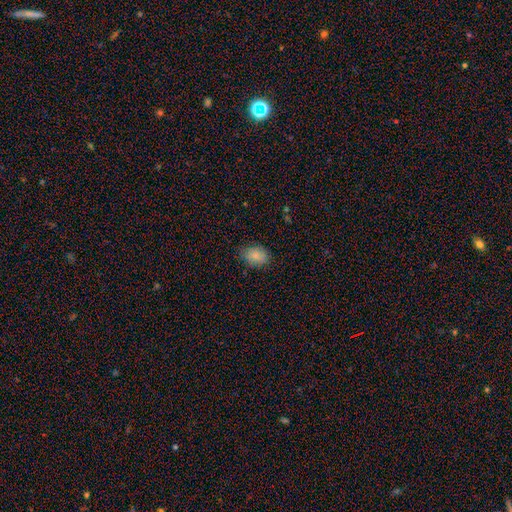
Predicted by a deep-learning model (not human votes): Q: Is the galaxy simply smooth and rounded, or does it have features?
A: smooth — 86%.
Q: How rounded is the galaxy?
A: in between — 70%.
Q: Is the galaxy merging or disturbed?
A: none — 79%.